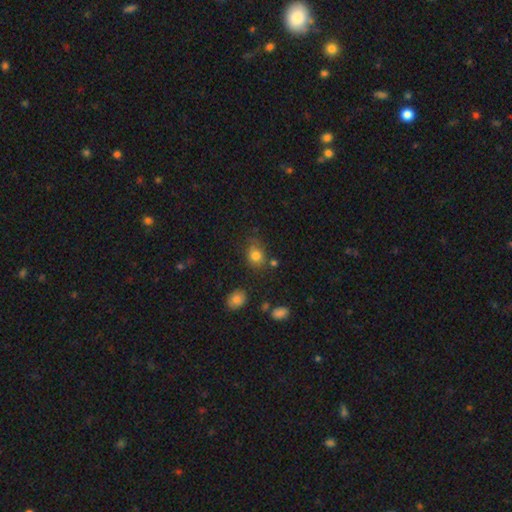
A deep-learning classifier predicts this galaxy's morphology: type=smooth (80%); roundness=round (54%); merging=none (66%).